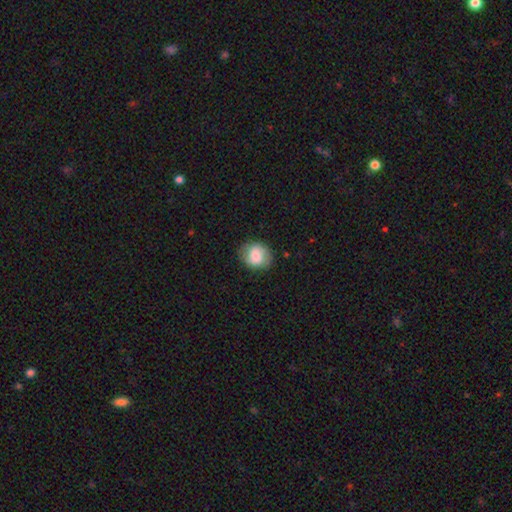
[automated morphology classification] The model was most divided on "smooth or featured": smooth: 57%, featured or disk: 35%, star or artifact: 8%. More confident: merging — none (82%); how rounded — round (69%).